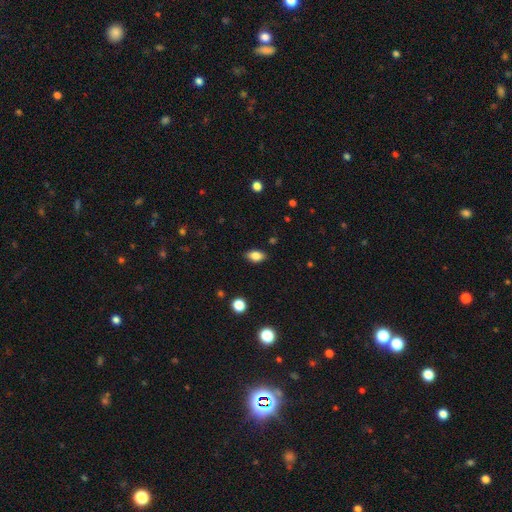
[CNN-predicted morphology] Smooth or featured? Predicted: smooth (p=0.83). How rounded? Predicted: in between (p=0.89). Merging? Predicted: none (p=0.87).